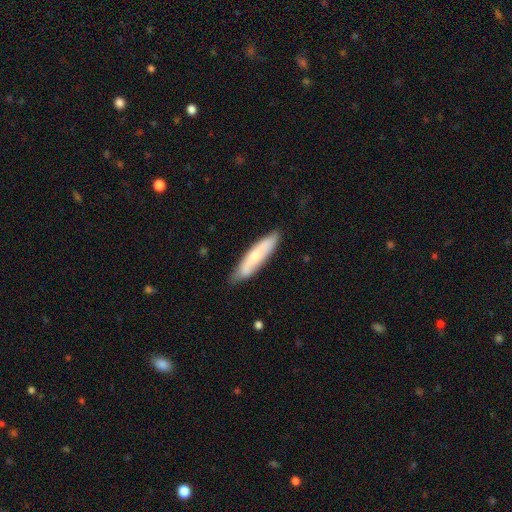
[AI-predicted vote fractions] smooth_or_featured: smooth (p=0.64) [alt: featured or disk p=0.31]
how_rounded: cigar-shaped (p=0.79) [alt: in between p=0.20]
merging: none (p=0.80) [alt: minor disturbance p=0.16]